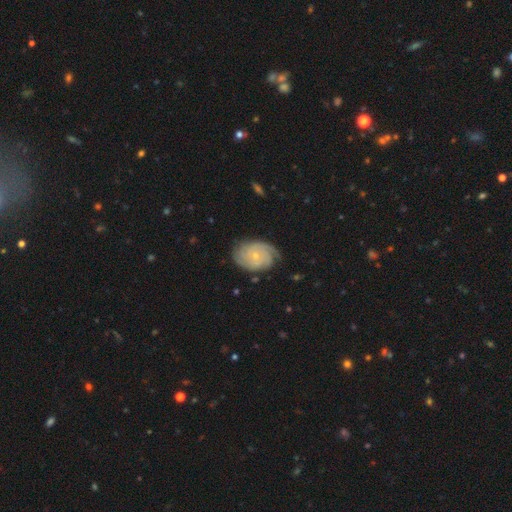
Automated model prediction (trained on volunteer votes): A featured or disk galaxy (77%) with no bar (78%), tight (71%) spiral arms (95%) and a small central bulge (78%). Merging: none (75%).